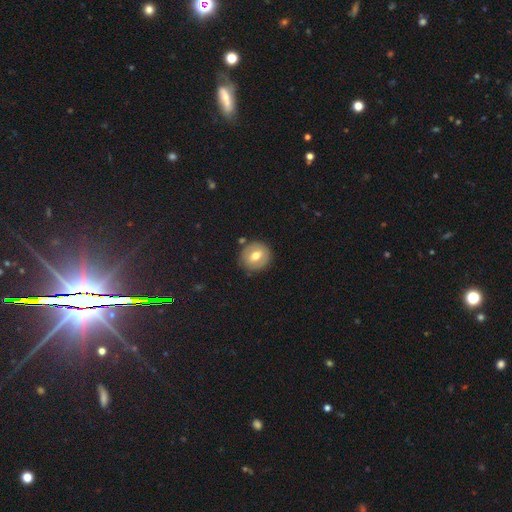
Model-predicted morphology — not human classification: The model was most divided on "smooth or featured": smooth: 60%, featured or disk: 33%, star or artifact: 8%. More confident: how rounded — round (84%); merging — none (84%).